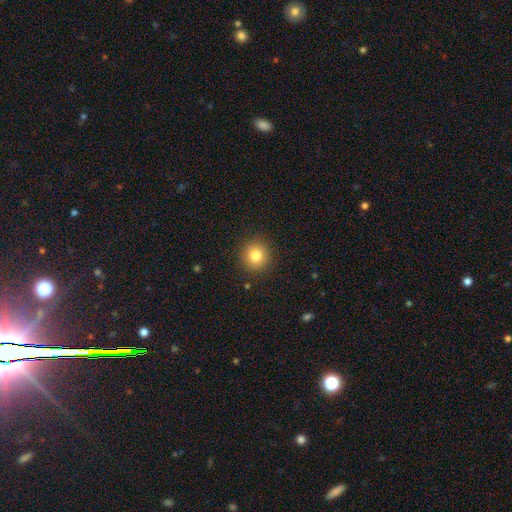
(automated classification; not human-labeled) smooth_or_featured: smooth (p=0.82) [alt: star or artifact p=0.12]
how_rounded: round (p=0.92) [alt: in between p=0.07]
merging: none (p=0.91) [alt: minor disturbance p=0.06]